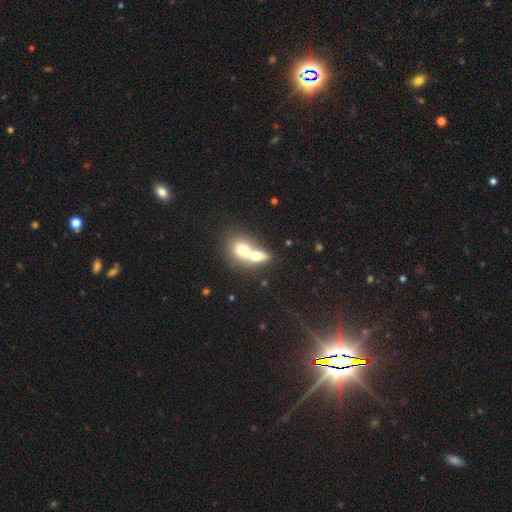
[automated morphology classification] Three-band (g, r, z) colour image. It shows a smooth galaxy with no disk features (65%) that is in between round and cigar-shaped (53%). Merging: merger (75%).